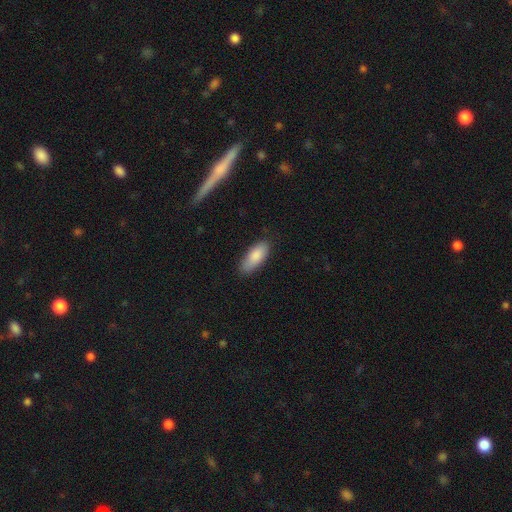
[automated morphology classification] The model was most divided on "how rounded": in between: 78%, cigar-shaped: 20%, round: 2%. More confident: smooth or featured — smooth (85%); merging — none (81%).